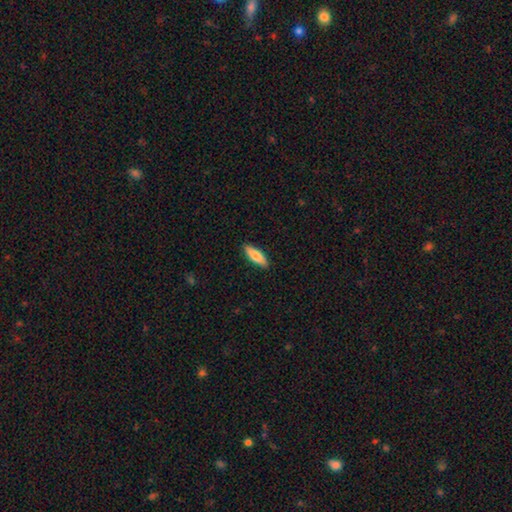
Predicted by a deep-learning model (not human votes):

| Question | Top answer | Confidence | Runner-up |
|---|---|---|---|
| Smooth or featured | smooth | 78% | featured or disk (17%) |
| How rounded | in between | 51% | cigar-shaped (47%) |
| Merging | none | 89% | minor disturbance (8%) |